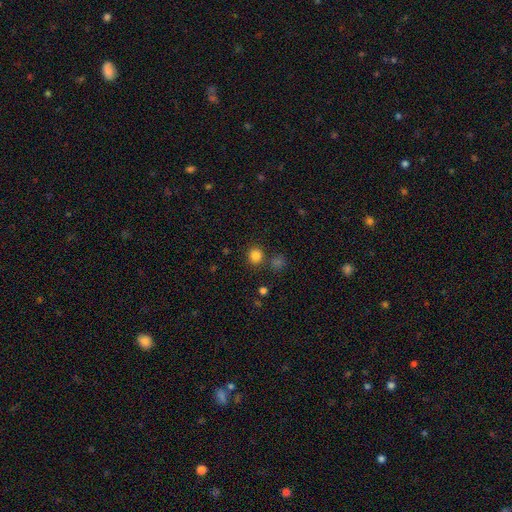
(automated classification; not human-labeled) Overall: smooth (83%). How rounded: round (90%). Merging: none (81%).